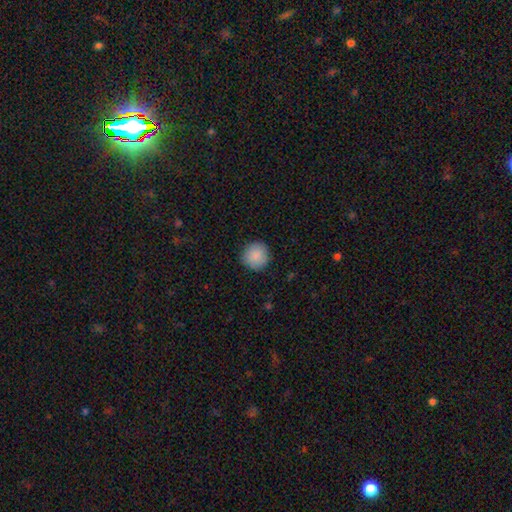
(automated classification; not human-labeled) smooth-or-featured: smooth: 89% | star or artifact: 7% | featured or disk: 4%
  how-rounded: round: 94% | in between: 5% | cigar-shaped: 1%
  merging: none: 90% | minor disturbance: 7% | major disturbance: 2% | merger: 1%